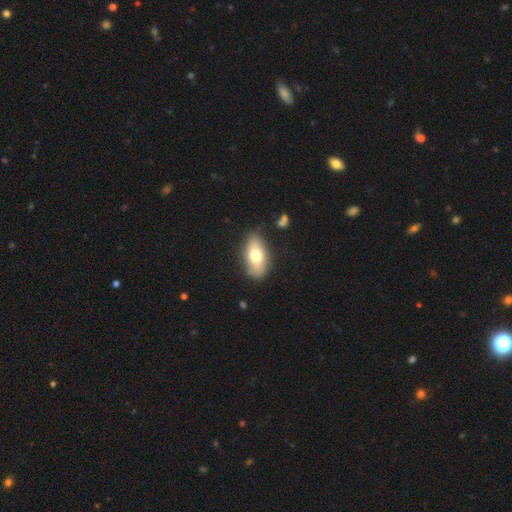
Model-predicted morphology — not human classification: A smooth galaxy with no disk features (69%) that is in between round and cigar-shaped (89%). Merging: none (78%).